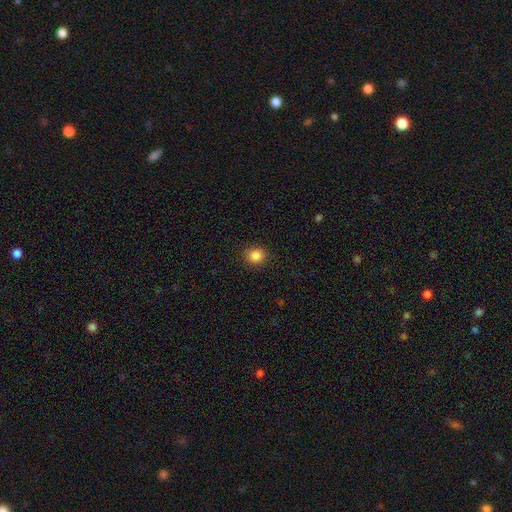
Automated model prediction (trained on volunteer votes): This appears to be a smooth galaxy with no disk features (86%) that is round (78%). Merging: none (89%).